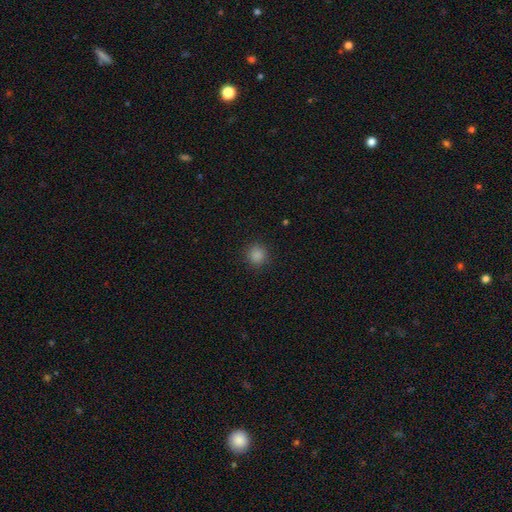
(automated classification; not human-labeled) Morphology: type=smooth (82%); roundness=round (93%); merging=none (91%).